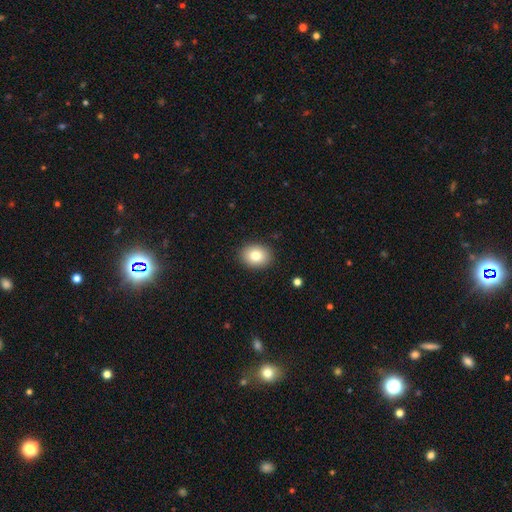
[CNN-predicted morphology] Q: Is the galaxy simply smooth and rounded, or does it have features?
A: smooth — 82%.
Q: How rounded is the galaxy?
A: round — 51%.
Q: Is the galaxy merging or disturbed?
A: none — 90%.